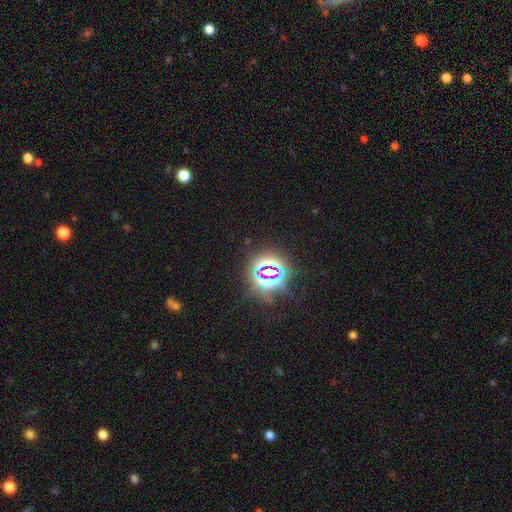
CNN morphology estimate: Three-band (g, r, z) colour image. It shows a star or artifact, not a galaxy (83%).